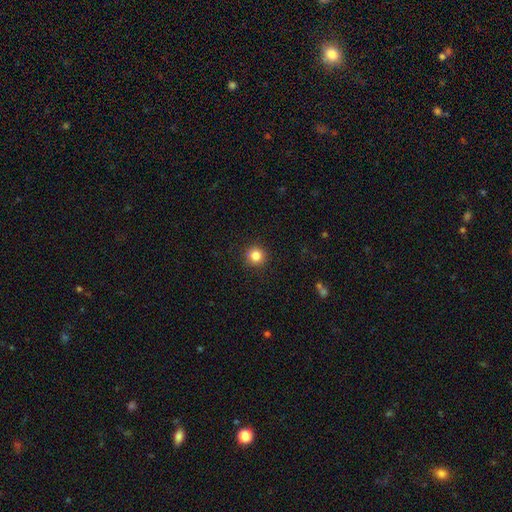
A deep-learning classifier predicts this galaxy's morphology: Smooth or featured: smooth — 84% (star or artifact — 11%)
How rounded: round — 95% (in between — 4%)
Merging: none — 92% (minor disturbance — 5%)